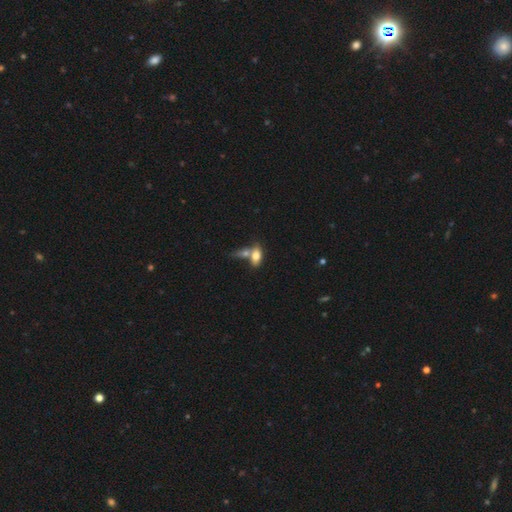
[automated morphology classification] A smooth galaxy with no disk features (73%) that is in between round and cigar-shaped (83%).

Vote fractions:
- Smooth or featured? smooth: 73% / featured or disk: 19% / star or artifact: 8%
- How rounded? in between: 83% / cigar-shaped: 11% / round: 6%
- Merging? merger: 51% / none: 34% / minor disturbance: 10% / major disturbance: 5%